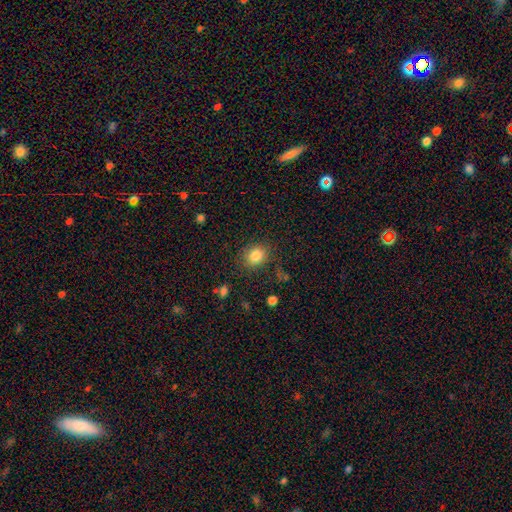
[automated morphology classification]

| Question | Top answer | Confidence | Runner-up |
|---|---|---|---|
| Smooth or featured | smooth | 83% | star or artifact (10%) |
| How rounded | round | 61% | in between (38%) |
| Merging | none | 82% | minor disturbance (12%) |